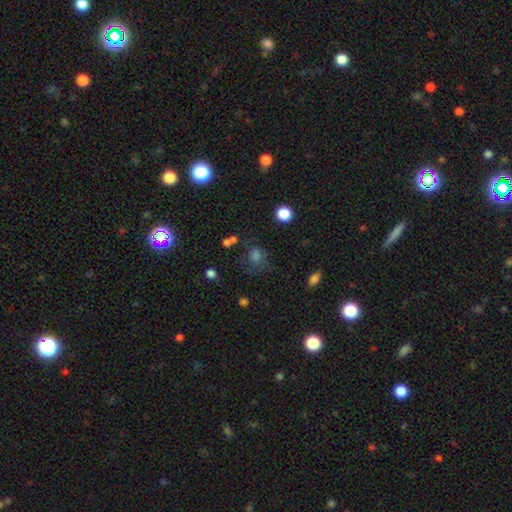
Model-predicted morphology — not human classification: A smooth galaxy with no disk features (56%) that is round (69%). Merging: none (61%).